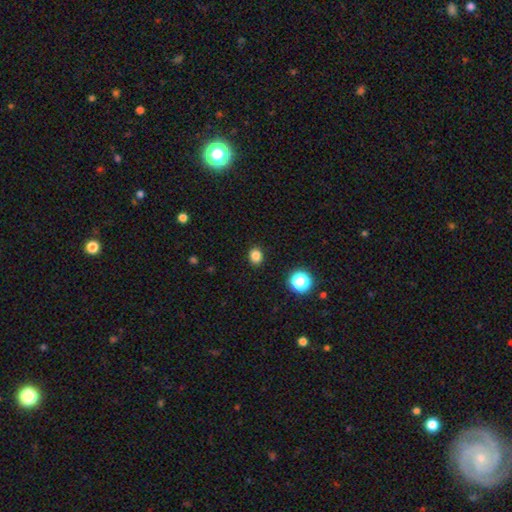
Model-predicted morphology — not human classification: smooth_or_featured: smooth (p=0.83) [alt: star or artifact p=0.14]
how_rounded: round (p=0.61) [alt: in between p=0.38]
merging: none (p=0.90) [alt: minor disturbance p=0.07]